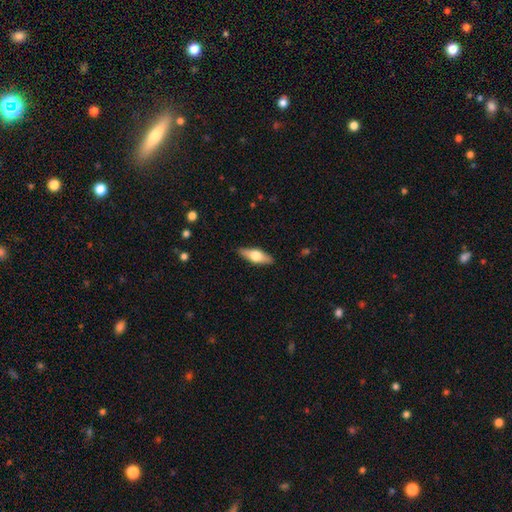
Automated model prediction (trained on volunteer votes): The model was most divided on "smooth or featured": smooth: 48%, featured or disk: 46%, star or artifact: 6%. More confident: merging — none (89%).